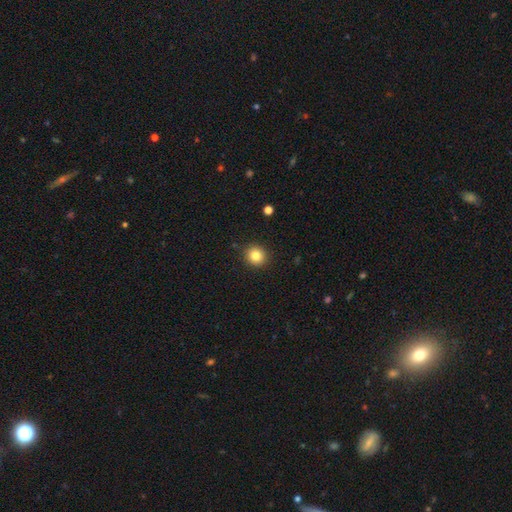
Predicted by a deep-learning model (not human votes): smooth_or_featured: smooth (p=0.82) [alt: star or artifact p=0.11]
how_rounded: round (p=0.89) [alt: in between p=0.10]
merging: none (p=0.90) [alt: minor disturbance p=0.06]